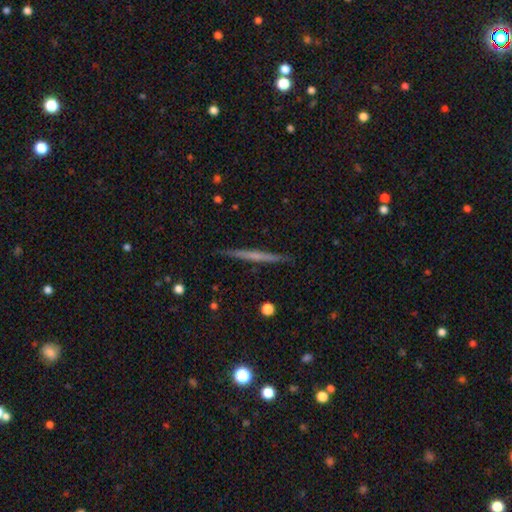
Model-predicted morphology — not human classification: smooth_or_featured: featured or disk (p=0.54) [alt: smooth p=0.39]
disk_edge_on: yes (p=0.98) [alt: no p=0.02]
edge_on_bulge: none (p=0.79) [alt: rounded p=0.15]
merging: none (p=0.91) [alt: minor disturbance p=0.07]